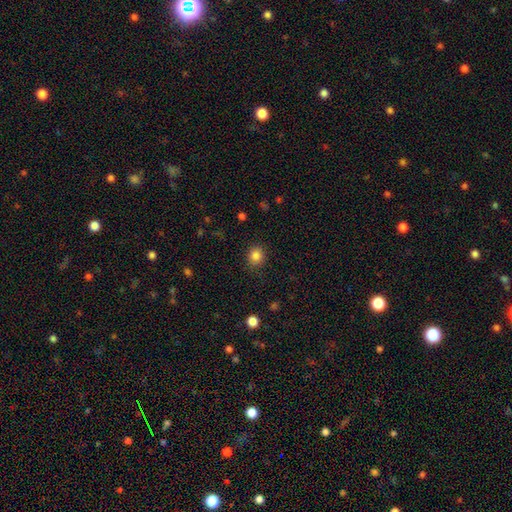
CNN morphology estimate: Q: Smooth or featured?
A: smooth (84%); runner-up: star or artifact (11%)
Q: How rounded?
A: round (80%); runner-up: in between (19%)
Q: Merging?
A: none (87%); runner-up: minor disturbance (10%)